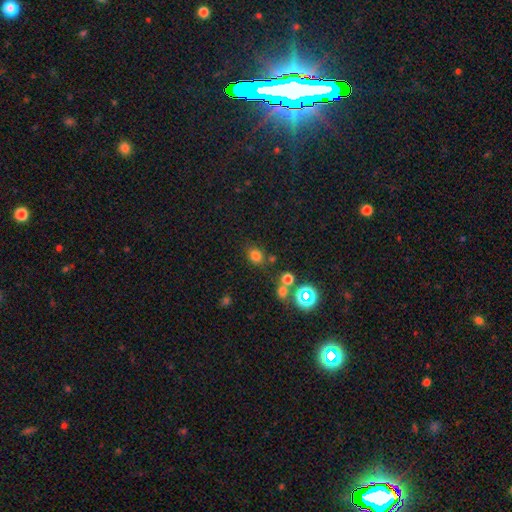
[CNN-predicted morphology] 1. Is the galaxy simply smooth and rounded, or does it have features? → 74% smooth, 20% star or artifact, 6% featured or disk.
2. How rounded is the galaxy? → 61% round, 38% in between, 1% cigar-shaped.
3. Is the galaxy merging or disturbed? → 72% none, 13% minor disturbance, 11% merger, 5% major disturbance.